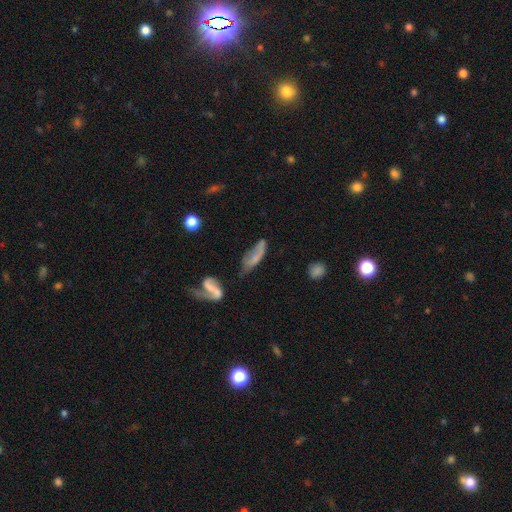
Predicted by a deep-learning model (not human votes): Smooth or featured? smooth (50%)
Merging? none (35%)